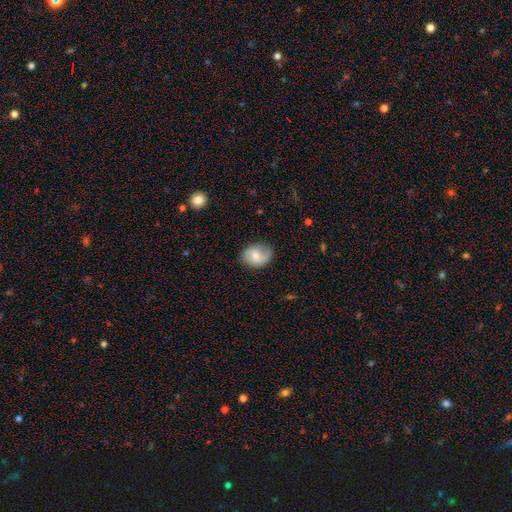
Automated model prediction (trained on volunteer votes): Morphology: type=smooth (60%); roundness=in between (58%); merging=none (76%).